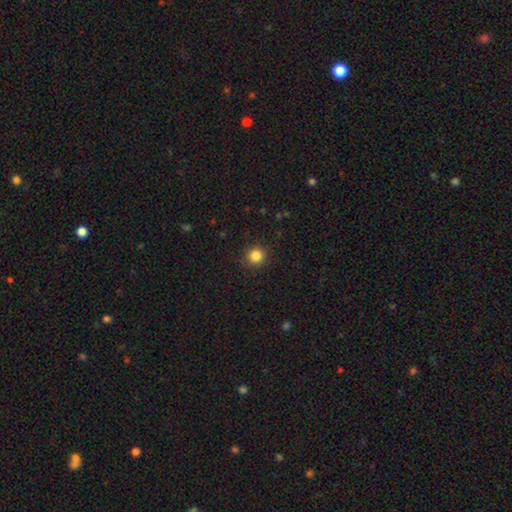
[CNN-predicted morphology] Smooth or featured?
  - smooth: 84% *
  - star or artifact: 12%
  - featured or disk: 4%
How rounded?
  - round: 94% *
  - in between: 5%
  - cigar-shaped: 1%
Merging?
  - none: 91% *
  - minor disturbance: 6%
  - major disturbance: 2%
  - merger: 1%